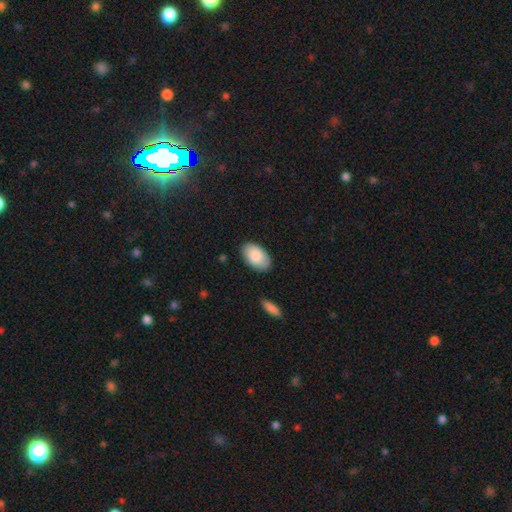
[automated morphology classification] Smooth or featured?
  - smooth: 86% *
  - featured or disk: 8%
  - star or artifact: 5%
How rounded?
  - in between: 94% *
  - round: 5%
  - cigar-shaped: 1%
Merging?
  - none: 85% *
  - minor disturbance: 11%
  - major disturbance: 2%
  - merger: 2%